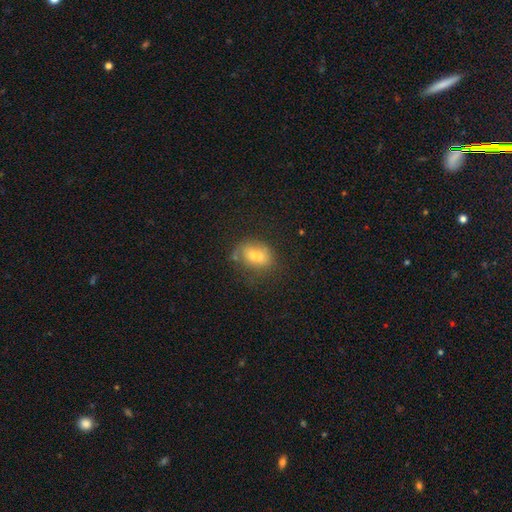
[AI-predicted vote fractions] Morphology: type=smooth (66%); roundness=in between (79%); merging=none (61%).